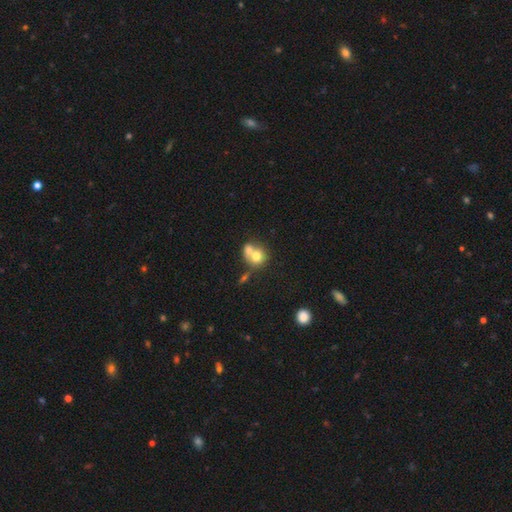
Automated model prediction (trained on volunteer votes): Smooth or featured? smooth (69%)
How rounded? round (74%)
Merging? merger (63%)